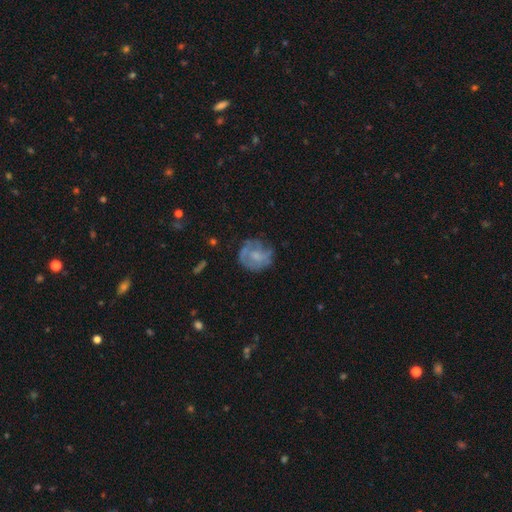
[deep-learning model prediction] This is possibly a featured or disk galaxy (53%). It is clearly not viewed edge-on (97%). Bar: likely no (73%). Spiral arm pattern: possibly yes (53%). Central bulge: marginally moderate (38%). Merging: likely none (64%).